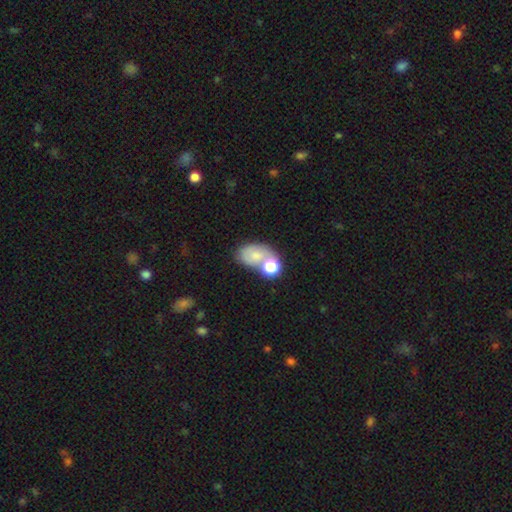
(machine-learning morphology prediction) The model was most divided on "merging": merger: 40%, none: 35%, minor disturbance: 15%, major disturbance: 10%. More confident: how rounded — in between (76%); smooth or featured — smooth (60%).